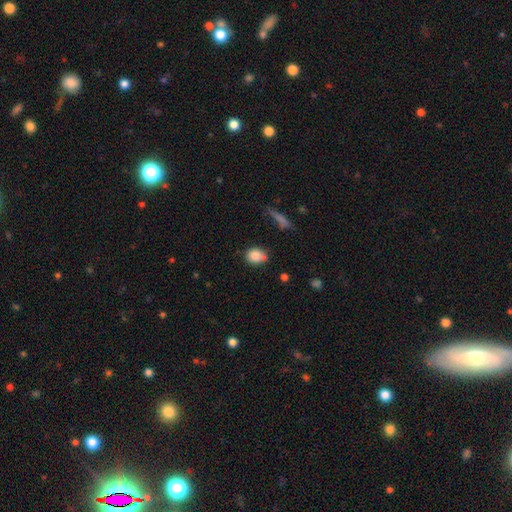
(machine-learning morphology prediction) smooth_or_featured: smooth (p=0.85) [alt: star or artifact p=0.09]
how_rounded: in between (p=0.50) [alt: round p=0.48]
merging: none (p=0.63) [alt: minor disturbance p=0.24]